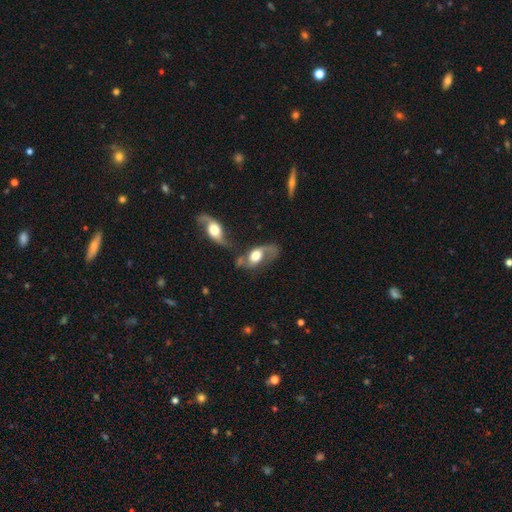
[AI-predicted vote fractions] smooth-or-featured: featured or disk: 66% | smooth: 27% | star or artifact: 7%
  disk-edge-on: no: 90% | yes: 10%
    bar: no: 64% | weak: 27% | strong: 9%
    has-spiral-arms: yes: 79% | no: 21%
    bulge-size: large: 48% | moderate: 42% | dominant: 5% | small: 4% | none: 2%
  merging: none: 33% | merger: 27% | major disturbance: 21% | minor disturbance: 18%